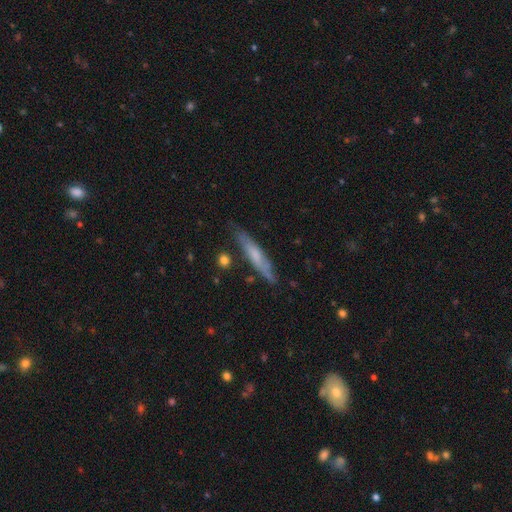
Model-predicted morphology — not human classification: A smooth galaxy with no disk features (49%). Merging: none (77%).